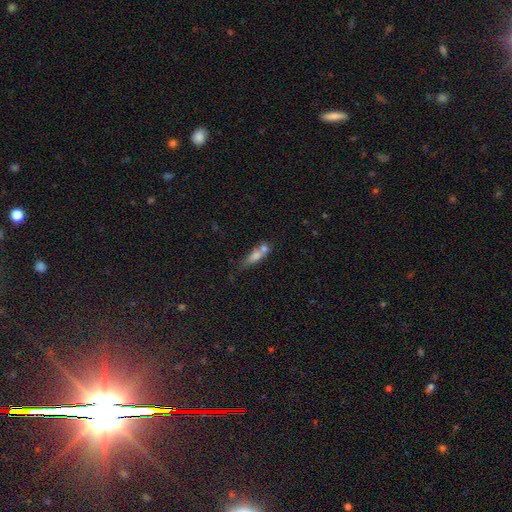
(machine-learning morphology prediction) smooth-or-featured: smooth: 66% | featured or disk: 24% | star or artifact: 10%
  how-rounded: in between: 54% | cigar-shaped: 38% | round: 8%
  merging: merger: 50% | none: 29% | minor disturbance: 13% | major disturbance: 7%